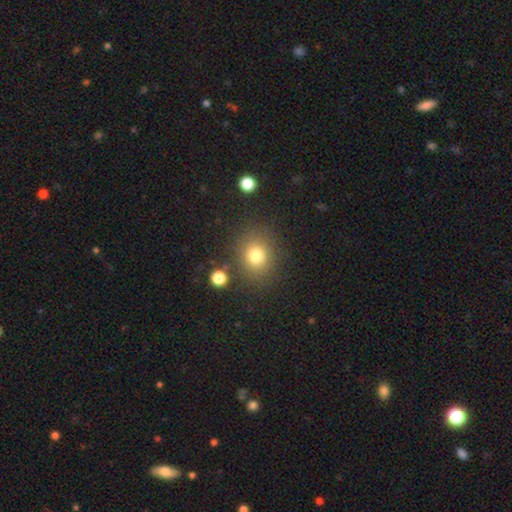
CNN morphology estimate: Smooth or featured?
  - smooth: 77% *
  - star or artifact: 15%
  - featured or disk: 8%
How rounded?
  - round: 72% *
  - in between: 27%
  - cigar-shaped: 1%
Merging?
  - none: 83% *
  - minor disturbance: 9%
  - major disturbance: 4%
  - merger: 4%